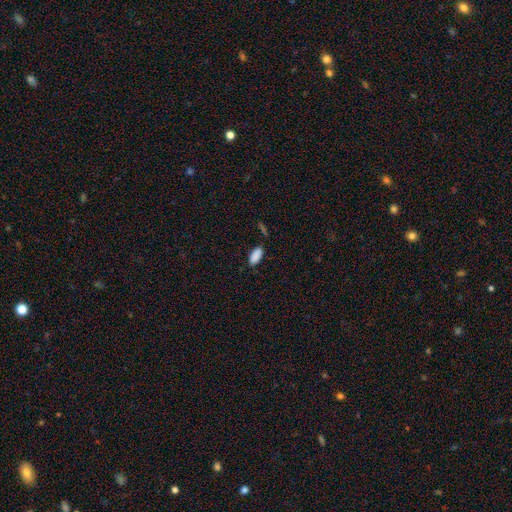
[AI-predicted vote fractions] Smooth or featured?
  - smooth: 88% *
  - star or artifact: 7%
  - featured or disk: 4%
How rounded?
  - in between: 87% *
  - cigar-shaped: 11%
  - round: 2%
Merging?
  - none: 79% *
  - minor disturbance: 14%
  - merger: 4%
  - major disturbance: 3%